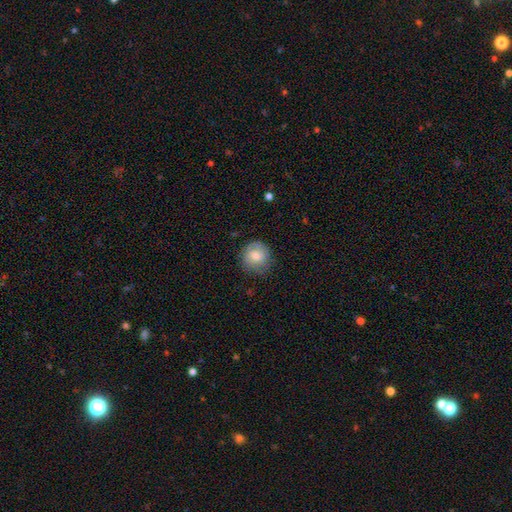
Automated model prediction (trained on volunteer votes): Q: Smooth or featured?
A: smooth (73%); runner-up: featured or disk (20%)
Q: How rounded?
A: round (91%); runner-up: in between (8%)
Q: Merging?
A: none (77%); runner-up: minor disturbance (17%)